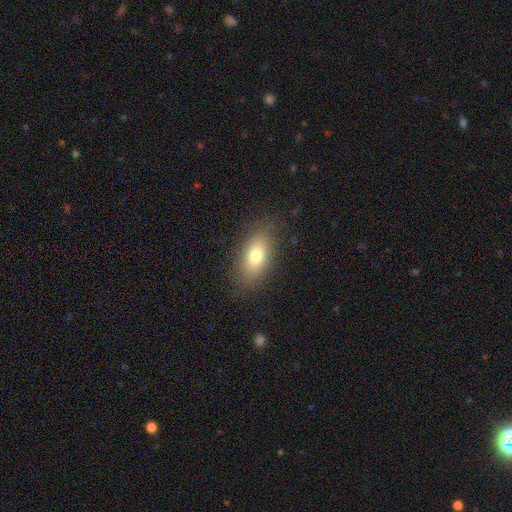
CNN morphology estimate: type=smooth (74%); roundness=in between (85%); merging=none (84%).